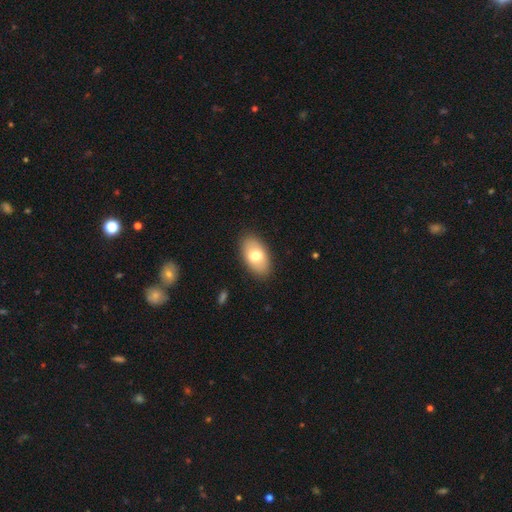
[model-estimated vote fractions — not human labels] smooth-or-featured: smooth: 72% | featured or disk: 22% | star or artifact: 7%
  how-rounded: in between: 93% | round: 6% | cigar-shaped: 2%
  merging: none: 87% | minor disturbance: 9% | major disturbance: 2% | merger: 1%